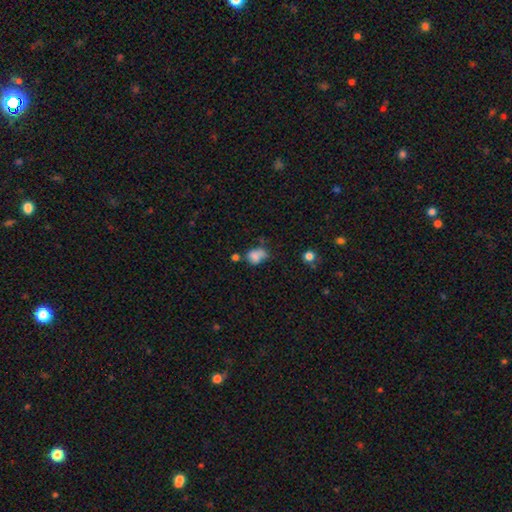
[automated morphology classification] A smooth galaxy with no disk features (73%) that is in between round and cigar-shaped (66%). Merging: none (31%).